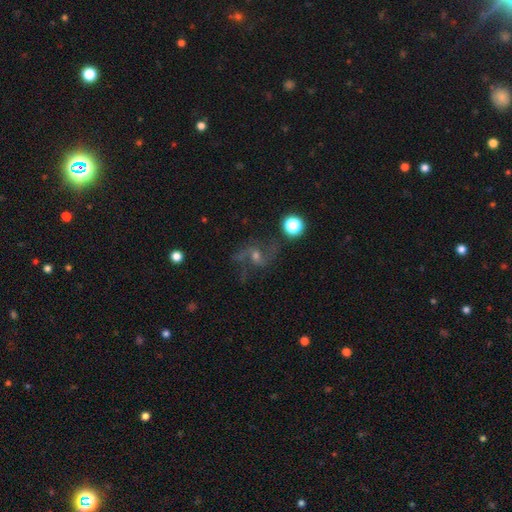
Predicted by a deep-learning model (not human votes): Smooth or featured: featured or disk — 75% (star or artifact — 15%)
Edge-on disk: no — 97% (yes — 3%)
Bar: no — 44% (weak — 43%)
Spiral arms: yes — 92% (no — 8%)
Spiral winding: loose — 67% (medium — 27%)
Spiral arm count: 2 — 84% (can't tell — 5%)
Bulge size: small — 48% (moderate — 42%)
Merging: none — 68% (minor disturbance — 15%)